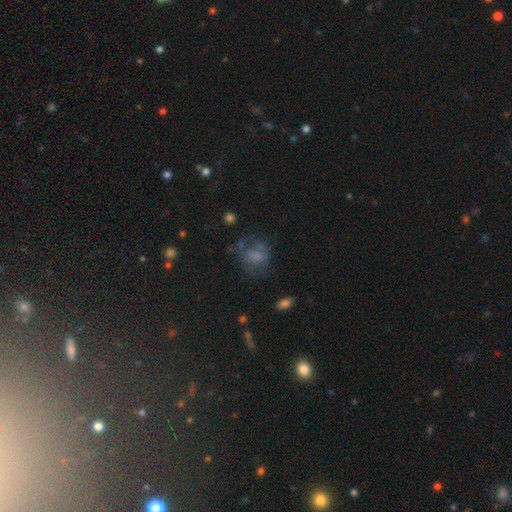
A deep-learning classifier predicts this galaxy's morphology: Smooth or featured?
  - smooth: 56% *
  - featured or disk: 30%
  - star or artifact: 15%
How rounded?
  - round: 57% *
  - in between: 42%
  - cigar-shaped: 1%
Merging?
  - none: 44% *
  - major disturbance: 28%
  - minor disturbance: 23%
  - merger: 5%